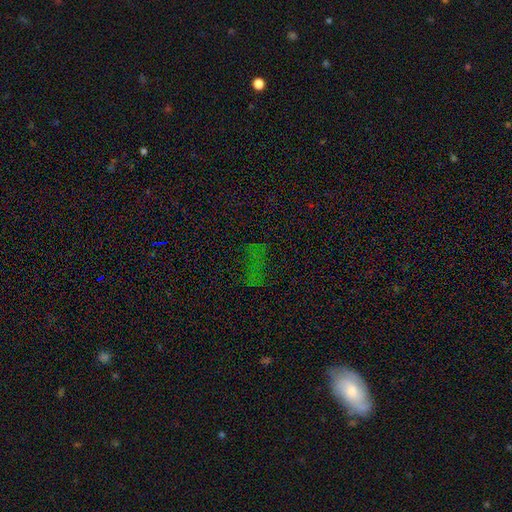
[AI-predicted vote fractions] smooth-or-featured: star or artifact: 60% | smooth: 26% | featured or disk: 14%